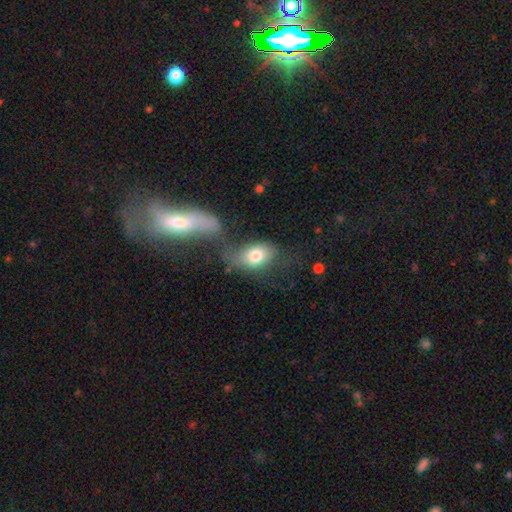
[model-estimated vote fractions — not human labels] smooth 75%, featured or disk 17%, star or artifact 8%. Down the decision tree: how rounded — in between (83%); merging — merger (35%).